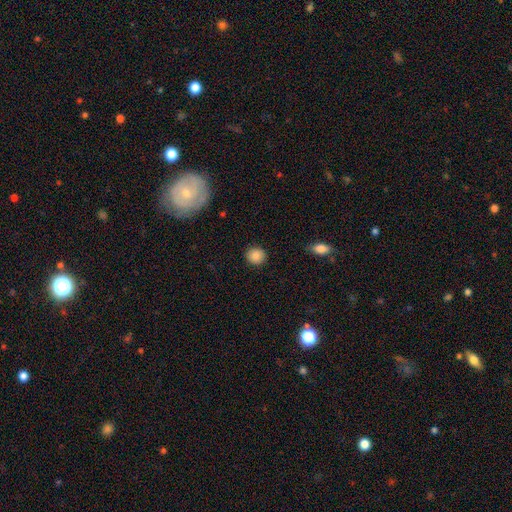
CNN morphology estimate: Smooth or featured: smooth — 87% (star or artifact — 9%)
How rounded: round — 88% (in between — 11%)
Merging: none — 90% (minor disturbance — 7%)